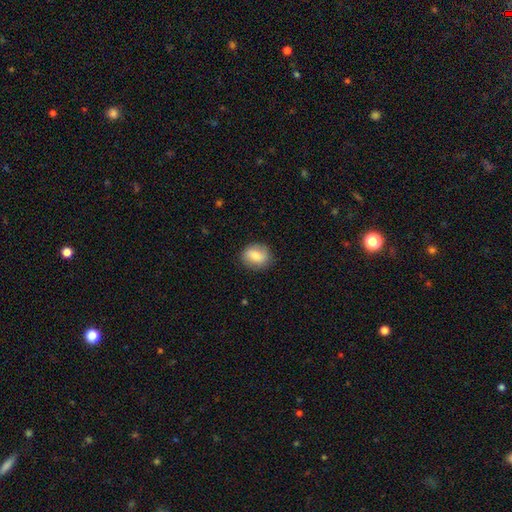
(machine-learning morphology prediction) The model was most divided on "how rounded": round: 55%, in between: 43%, cigar-shaped: 1%. More confident: merging — none (84%); smooth or featured — smooth (79%).